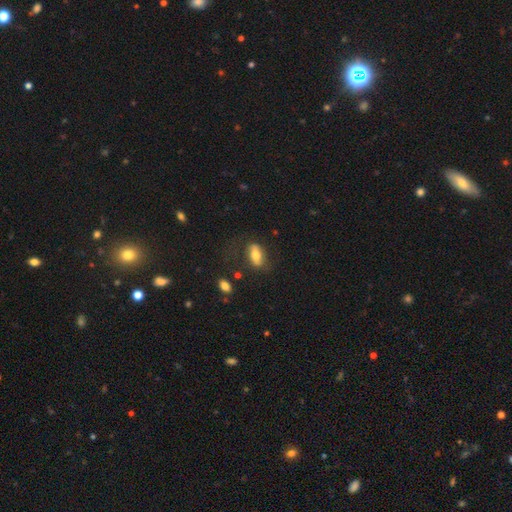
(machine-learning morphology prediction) The model was most divided on "smooth or featured": smooth: 62%, featured or disk: 30%, star or artifact: 8%. More confident: how rounded — in between (79%); merging — none (63%).